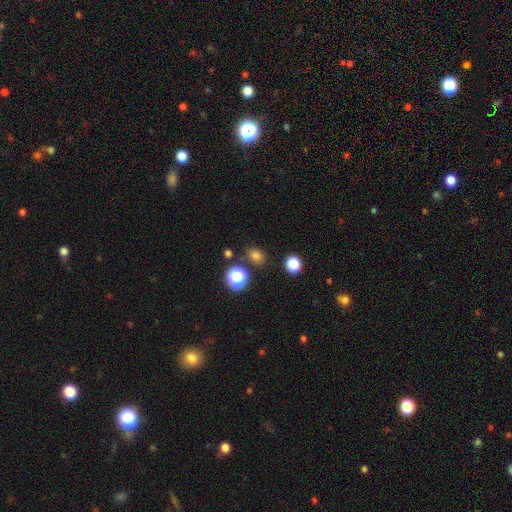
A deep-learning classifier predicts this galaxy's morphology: smooth-or-featured: smooth: 75% | star or artifact: 20% | featured or disk: 5%
  how-rounded: round: 53% | in between: 45% | cigar-shaped: 1%
  merging: none: 81% | minor disturbance: 11% | merger: 5% | major disturbance: 4%